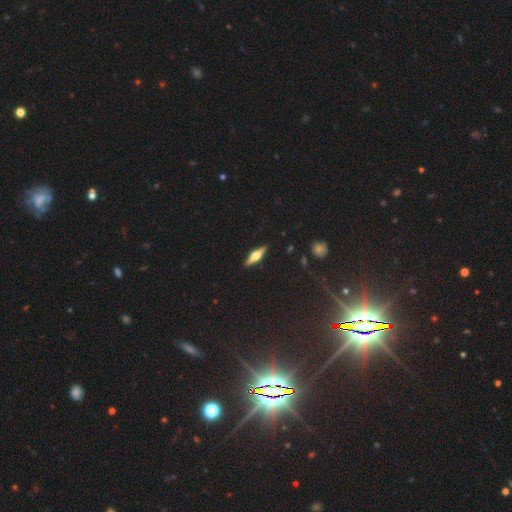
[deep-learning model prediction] Smooth or featured? featured or disk (64%)
Edge-on disk? yes (97%)
Edge-on bulge? rounded (92%)
Merging? none (90%)